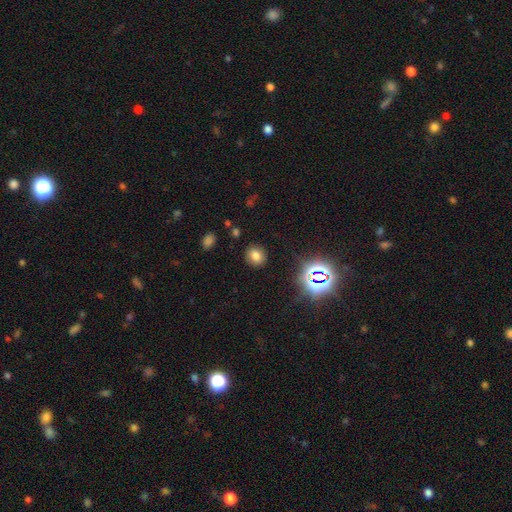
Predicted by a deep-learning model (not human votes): smooth_or_featured: smooth (p=0.74) [alt: star or artifact p=0.18]
how_rounded: round (p=0.71) [alt: in between p=0.28]
merging: none (p=0.88) [alt: minor disturbance p=0.07]